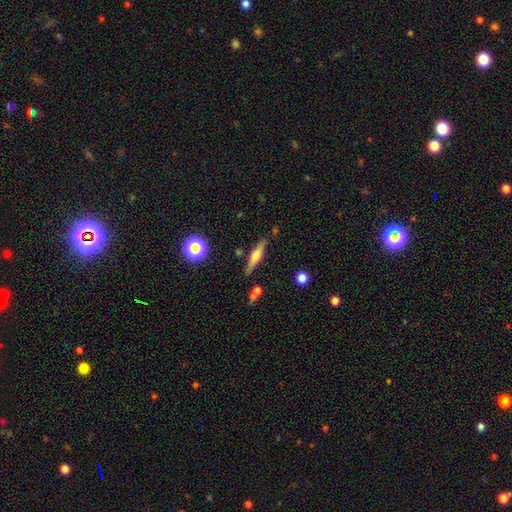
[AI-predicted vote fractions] This appears to be a featured or disk galaxy (56%) viewed edge-on (95%) with a rounded central bulge (78%). Merging: none (82%).